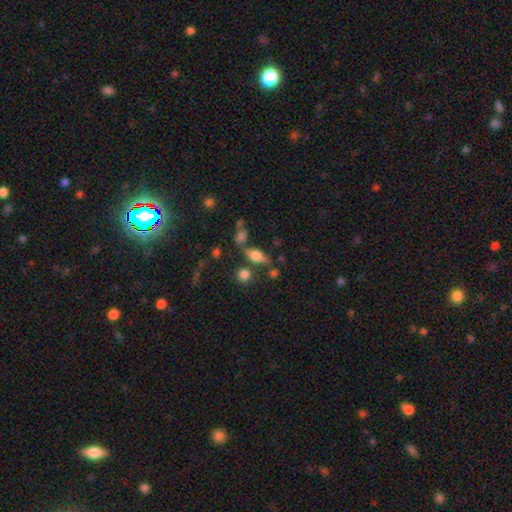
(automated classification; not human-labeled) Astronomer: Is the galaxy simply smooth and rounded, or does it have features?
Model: smooth — 57%.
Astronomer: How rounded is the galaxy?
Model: in between — 62%.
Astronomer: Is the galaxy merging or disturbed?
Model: none — 65%.